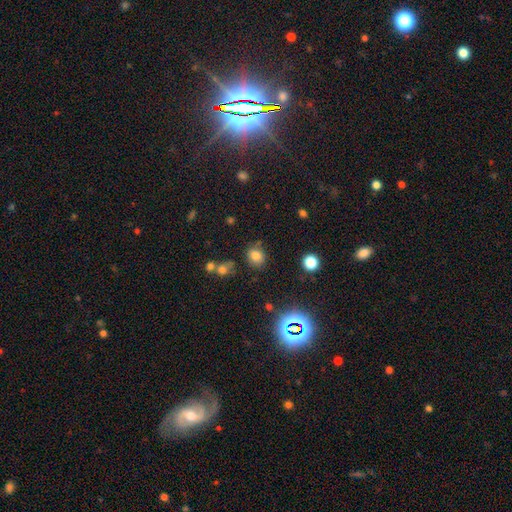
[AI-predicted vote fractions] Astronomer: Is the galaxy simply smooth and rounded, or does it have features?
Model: smooth — 77%.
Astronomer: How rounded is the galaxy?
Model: round — 67%.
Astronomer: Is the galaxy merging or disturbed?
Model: none — 75%.